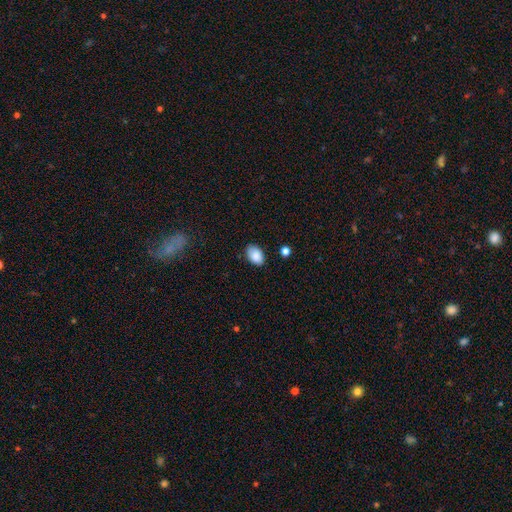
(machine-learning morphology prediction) This appears to be a smooth galaxy with no disk features (88%) that is in between round and cigar-shaped (90%). Merging: none (81%).